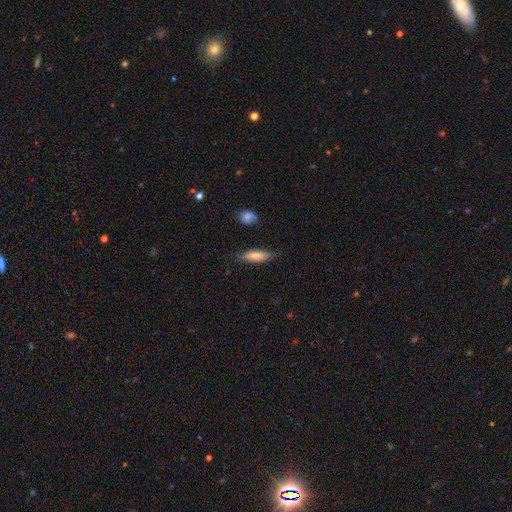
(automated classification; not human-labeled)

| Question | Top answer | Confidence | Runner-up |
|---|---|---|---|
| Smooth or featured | smooth | 75% | featured or disk (19%) |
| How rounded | cigar-shaped | 55% | in between (43%) |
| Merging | none | 78% | minor disturbance (16%) |